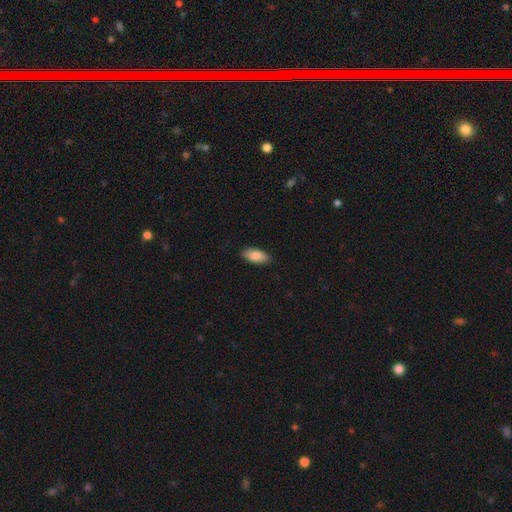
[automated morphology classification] smooth-or-featured: smooth: 85% | featured or disk: 9% | star or artifact: 6%
  how-rounded: in between: 89% | cigar-shaped: 9% | round: 2%
  merging: none: 88% | minor disturbance: 9% | major disturbance: 2% | merger: 1%